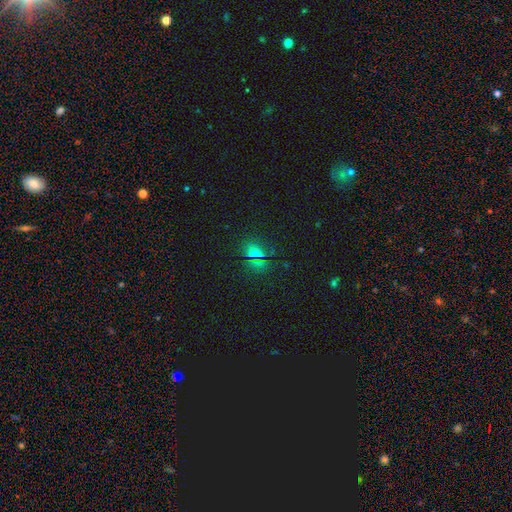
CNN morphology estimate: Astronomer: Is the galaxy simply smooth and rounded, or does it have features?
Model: smooth — 52% (runner-up: star or artifact, 40%).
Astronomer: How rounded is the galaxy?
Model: round — 58% (runner-up: in between, 37%).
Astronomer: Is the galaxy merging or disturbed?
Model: none — 80%.